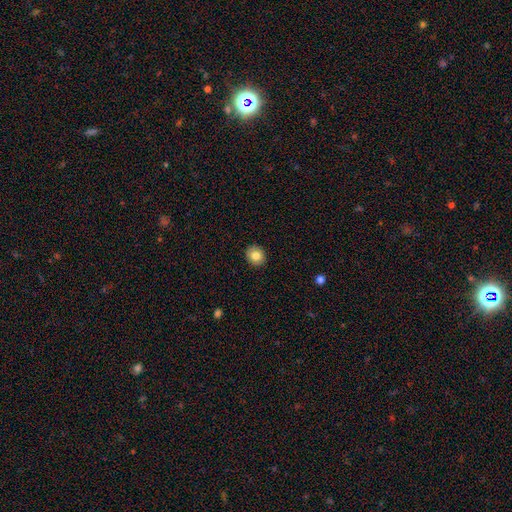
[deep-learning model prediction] Smooth or featured? smooth (82%)
How rounded? round (74%)
Merging? none (91%)